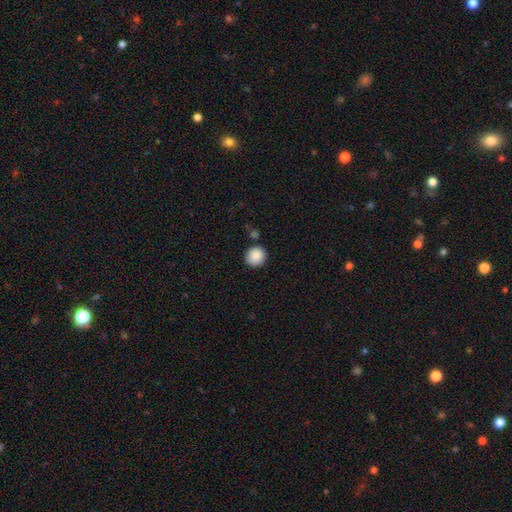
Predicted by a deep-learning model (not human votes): smooth 89%, star or artifact 8%, featured or disk 3%. Down the decision tree: how rounded — round (90%); merging — none (85%).